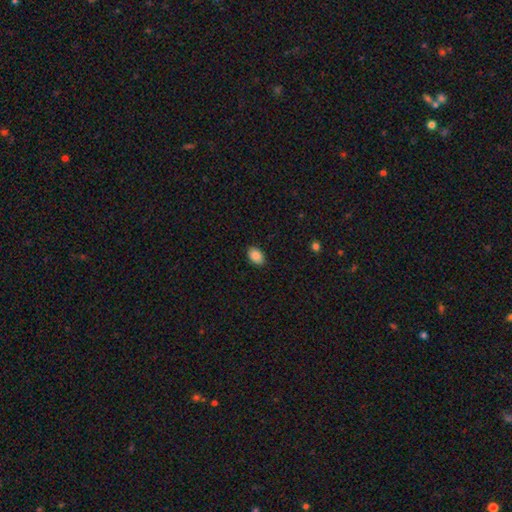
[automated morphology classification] smooth 87%, star or artifact 8%, featured or disk 5%. Down the decision tree: how rounded — in between (89%); merging — none (88%).